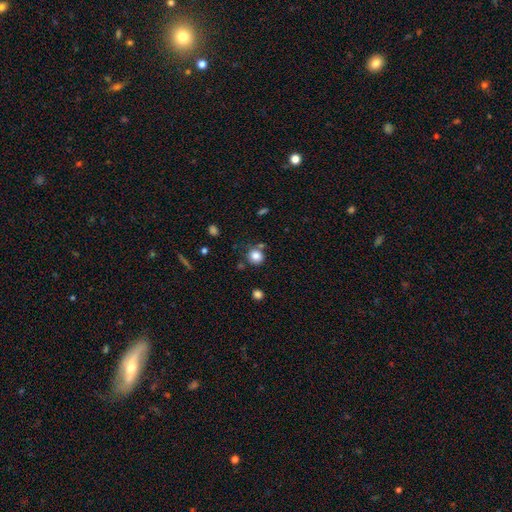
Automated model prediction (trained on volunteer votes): Smooth or featured? Predicted: smooth (p=0.84). How rounded? Predicted: round (p=0.84). Merging? Predicted: none (p=0.74).